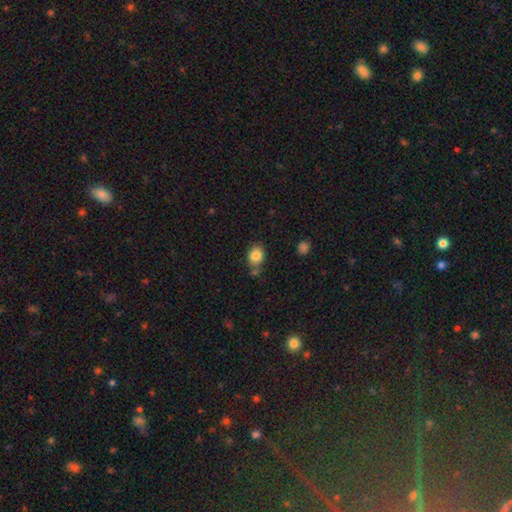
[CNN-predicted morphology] Smooth or featured? Predicted: smooth (p=0.84). How rounded? Predicted: in between (p=0.50). Merging? Predicted: none (p=0.68).